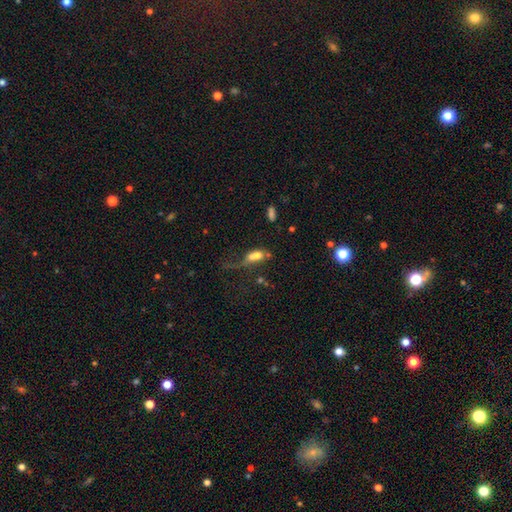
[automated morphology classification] smooth 60%, featured or disk 27%, star or artifact 13%. Down the decision tree: how rounded — in between (71%); merging — major disturbance (38%).